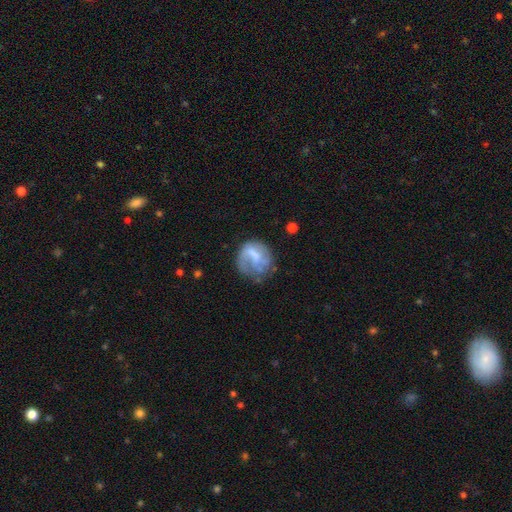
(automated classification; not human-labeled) Overall: featured or disk (52%; smooth 40%). Edge-on disk: no (98%). Bar: weak (44%; no 37%). Spiral arms: yes (56%; no 44%). Bulge size: none (43%; moderate 26%). Merging: none (46%; major disturbance 26%).